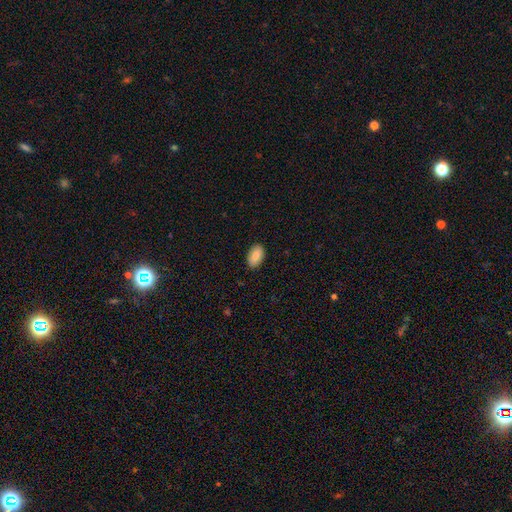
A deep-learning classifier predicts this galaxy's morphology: A smooth galaxy with no disk features (81%) that is in between round and cigar-shaped (93%).

Vote fractions:
- Smooth or featured? smooth: 81% / featured or disk: 12% / star or artifact: 7%
- How rounded? in between: 93% / round: 6% / cigar-shaped: 2%
- Merging? none: 88% / minor disturbance: 9% / major disturbance: 2% / merger: 1%